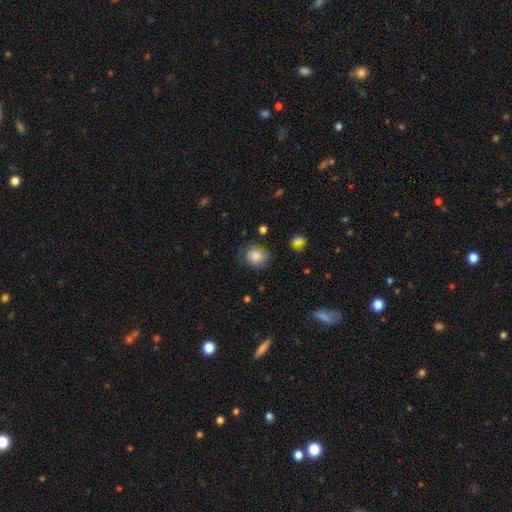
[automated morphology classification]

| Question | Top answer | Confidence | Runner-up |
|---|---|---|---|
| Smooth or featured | smooth | 77% | featured or disk (13%) |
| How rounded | round | 63% | in between (36%) |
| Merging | none | 61% | minor disturbance (27%) |